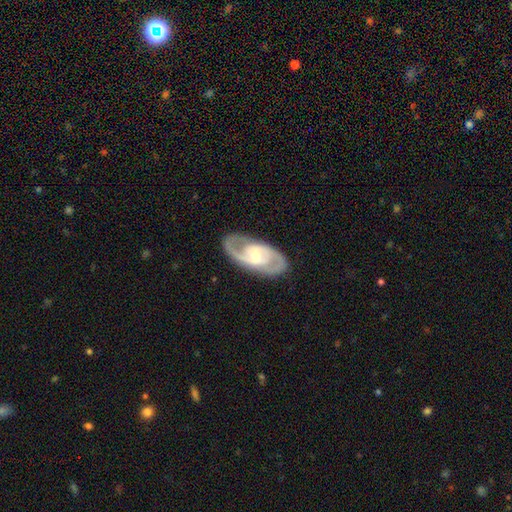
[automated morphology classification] smooth_or_featured: featured or disk (p=0.86) [alt: smooth p=0.10]
disk_edge_on: no (p=0.94) [alt: yes p=0.06]
bar: weak (p=0.46) [alt: no p=0.36]
has_spiral_arms: yes (p=0.92) [alt: no p=0.08]
spiral_winding: medium (p=0.53) [alt: tight p=0.32]
spiral_arm_count: 2 (p=0.88) [alt: can't tell p=0.06]
bulge_size: moderate (p=0.54) [alt: small p=0.38]
merging: none (p=0.84) [alt: minor disturbance p=0.11]